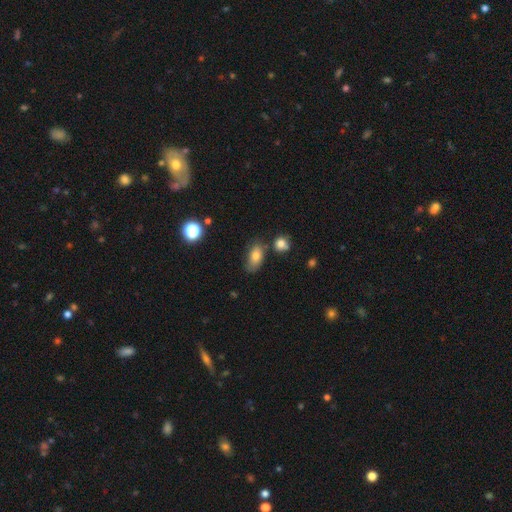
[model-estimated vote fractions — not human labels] smooth_or_featured: smooth (p=0.75) [alt: featured or disk p=0.14]
how_rounded: in between (p=0.89) [alt: round p=0.08]
merging: none (p=0.60) [alt: minor disturbance p=0.25]